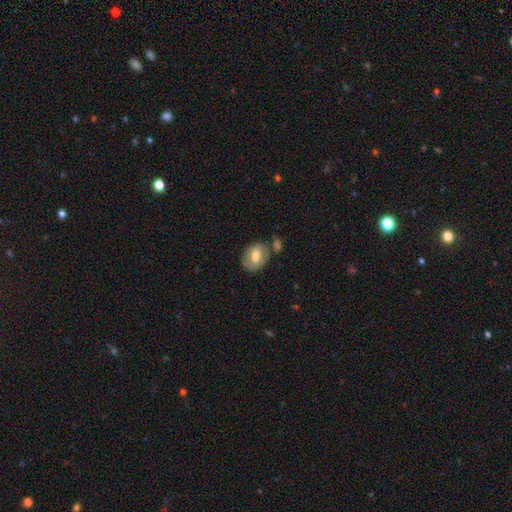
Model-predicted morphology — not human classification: Smooth or featured? smooth (60%)
How rounded? in between (70%)
Merging? none (57%)